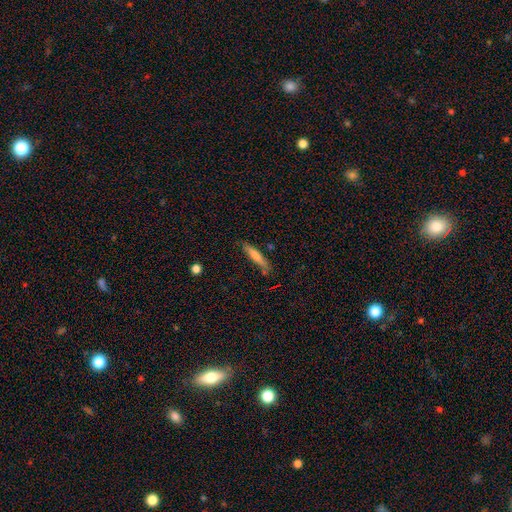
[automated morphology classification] Overall: smooth (71%). How rounded: cigar-shaped (89%). Merging: none (77%).